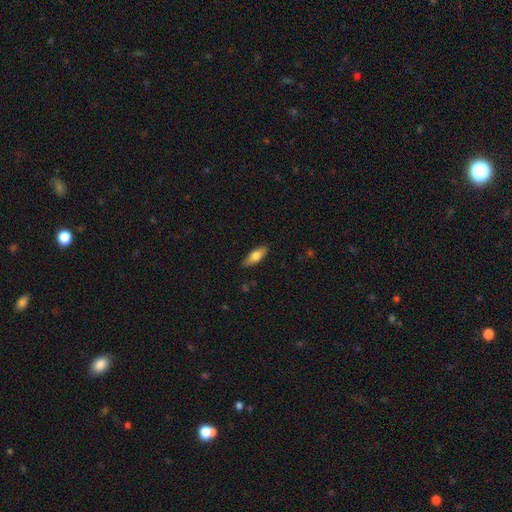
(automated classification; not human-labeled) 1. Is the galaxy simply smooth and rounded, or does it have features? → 67% smooth, 26% featured or disk, 6% star or artifact.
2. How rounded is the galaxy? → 63% in between, 35% cigar-shaped, 3% round.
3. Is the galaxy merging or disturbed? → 87% none, 10% minor disturbance, 2% major disturbance, 1% merger.